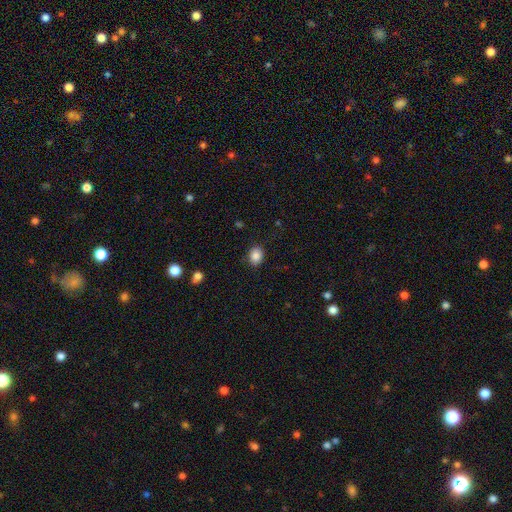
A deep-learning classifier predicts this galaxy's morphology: The model was most divided on "how rounded": in between: 57%, round: 42%, cigar-shaped: 1%. More confident: merging — none (87%); smooth or featured — smooth (87%).